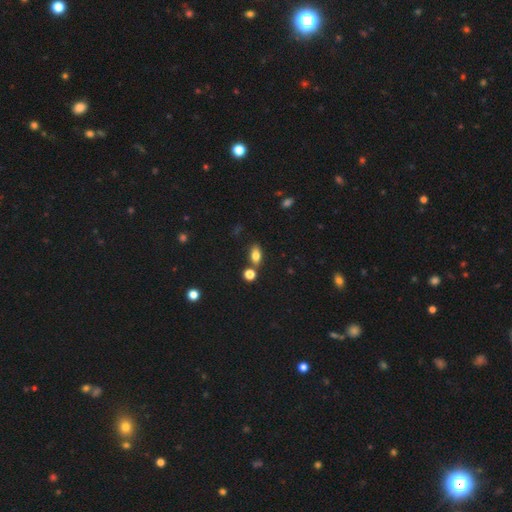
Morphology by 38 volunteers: Smooth or featured: smooth — 76% (featured or disk — 18%)
How rounded: in between — 83% (round — 10%)
Merging: none — 69% (merger — 19%)